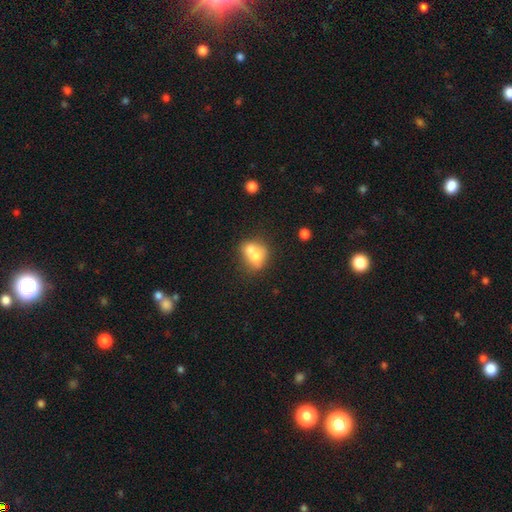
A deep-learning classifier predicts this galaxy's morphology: Overall: smooth (64%; featured or disk 26%). How rounded: round (54%; in between 45%). Merging: merger (62%; none 24%).